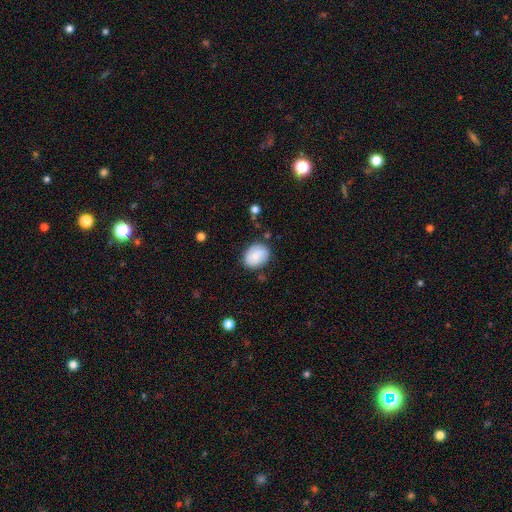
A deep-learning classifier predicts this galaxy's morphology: type=smooth (74%); roundness=in between (58%); merging=none (73%).